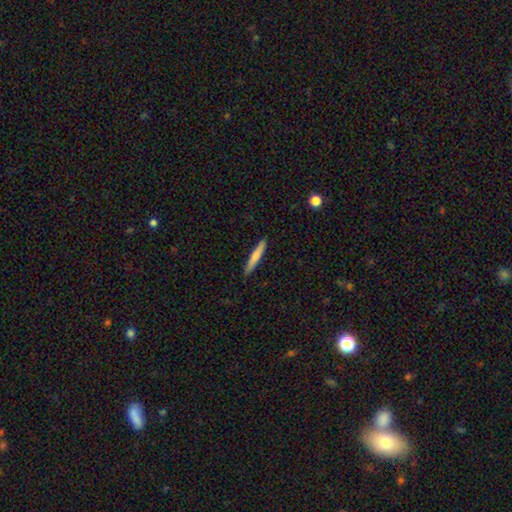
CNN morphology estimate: smooth 70%, featured or disk 25%, star or artifact 5%. Down the decision tree: how rounded — cigar-shaped (94%); merging — none (90%).